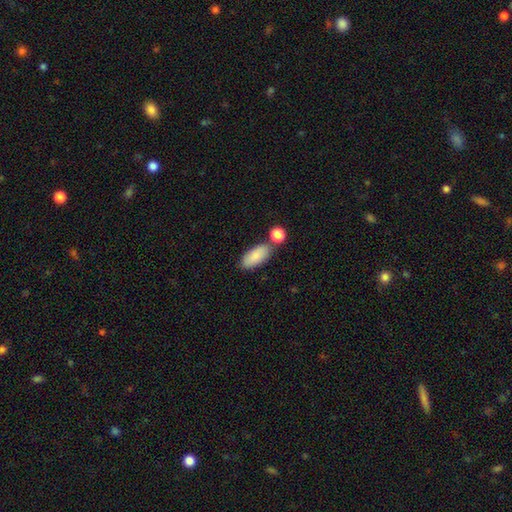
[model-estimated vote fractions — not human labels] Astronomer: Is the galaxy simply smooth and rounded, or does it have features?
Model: smooth — 85%.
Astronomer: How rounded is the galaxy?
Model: in between — 85%.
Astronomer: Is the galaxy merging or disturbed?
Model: none — 67%.